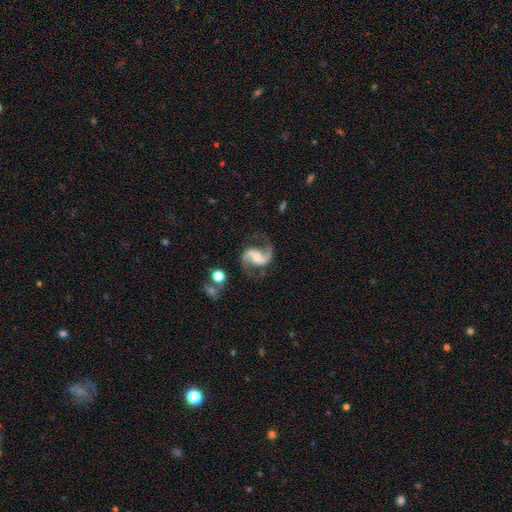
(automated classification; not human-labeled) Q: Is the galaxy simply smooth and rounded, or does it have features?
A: featured or disk — 90%.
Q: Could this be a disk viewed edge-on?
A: no — 98%.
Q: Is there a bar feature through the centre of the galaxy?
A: weak — 42%.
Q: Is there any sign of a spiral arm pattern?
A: yes — 98%.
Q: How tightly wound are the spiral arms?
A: loose — 47%.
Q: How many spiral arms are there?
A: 2 — 94%.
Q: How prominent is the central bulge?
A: moderate — 49%.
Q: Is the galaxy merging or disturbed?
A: none — 75%.